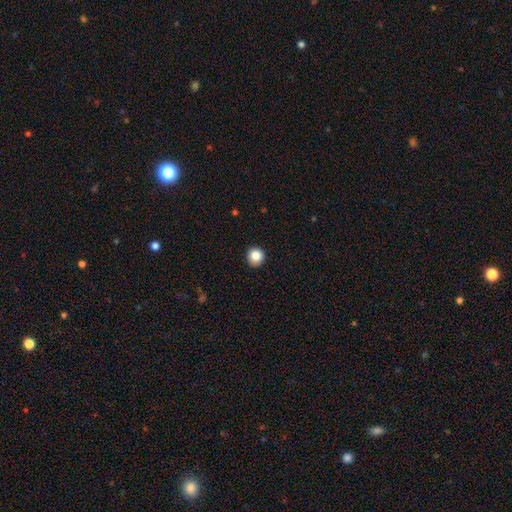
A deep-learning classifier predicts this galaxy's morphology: A smooth galaxy with no disk features (86%) that is round (94%). Merging: none (92%).